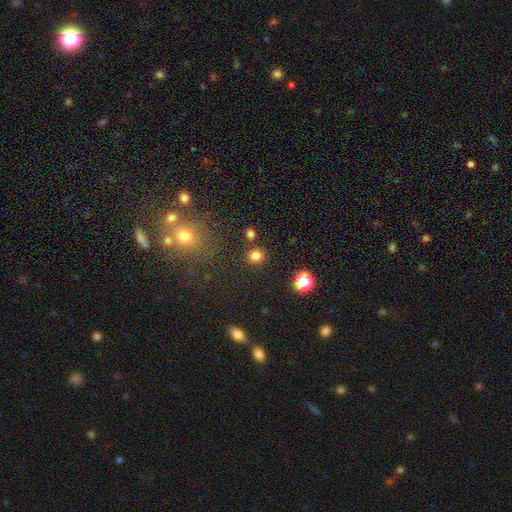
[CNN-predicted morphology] Smooth or featured?
  - smooth: 80% *
  - star or artifact: 15%
  - featured or disk: 5%
How rounded?
  - round: 87% *
  - in between: 12%
  - cigar-shaped: 1%
Merging?
  - none: 85% *
  - minor disturbance: 7%
  - merger: 5%
  - major disturbance: 3%